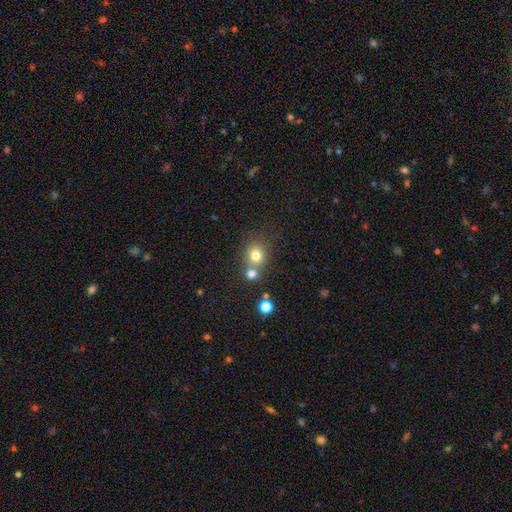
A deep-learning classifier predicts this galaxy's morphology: smooth 76%, star or artifact 14%, featured or disk 9%. Down the decision tree: how rounded — round (79%); merging — none (54%).